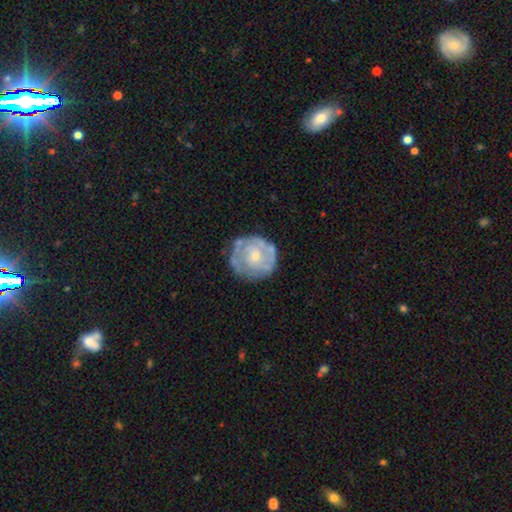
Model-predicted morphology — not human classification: featured or disk 69%, smooth 26%, star or artifact 5%. Down the decision tree: edge-on disk — no (98%); bar — no (80%); spiral arms — yes (66%); bulge size — small (70%); merging — none (70%).